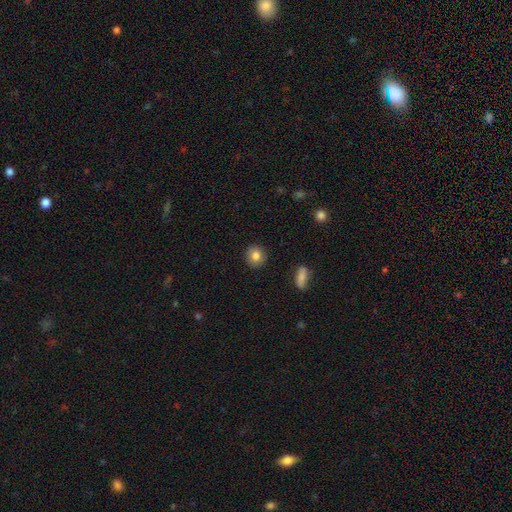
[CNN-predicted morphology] Smooth or featured? smooth (82%)
How rounded? round (85%)
Merging? none (90%)